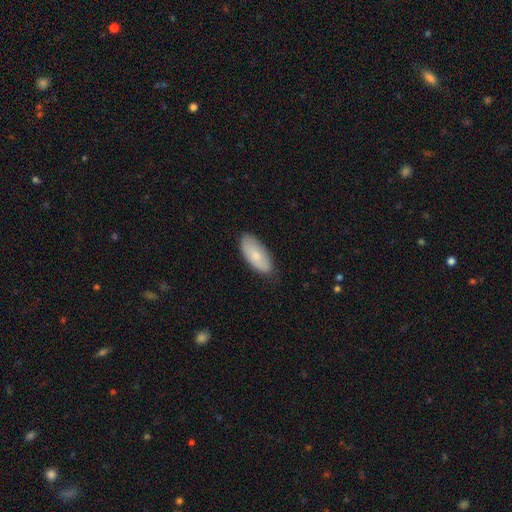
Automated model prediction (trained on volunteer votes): Morphology: type=smooth (79%); roundness=in between (89%); merging=none (81%).